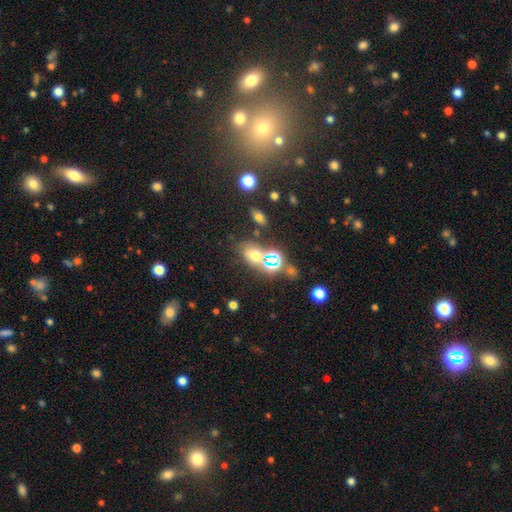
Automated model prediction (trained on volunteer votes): smooth 53%, star or artifact 35%, featured or disk 13%. Down the decision tree: how rounded — in between (72%); merging — none (60%).